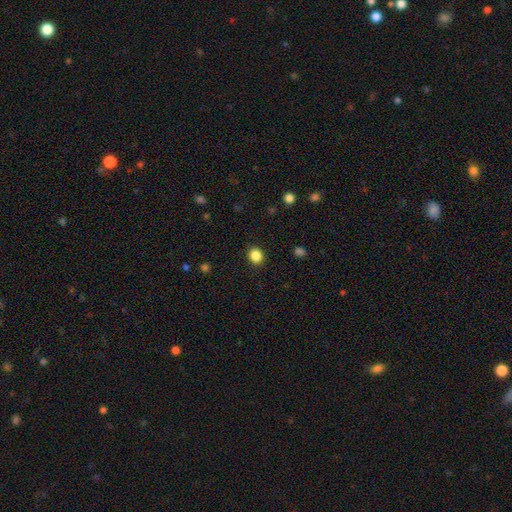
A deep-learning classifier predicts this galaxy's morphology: This is clearly a smooth galaxy (86%). How rounded: likely round (78%). Merging: clearly none (90%).